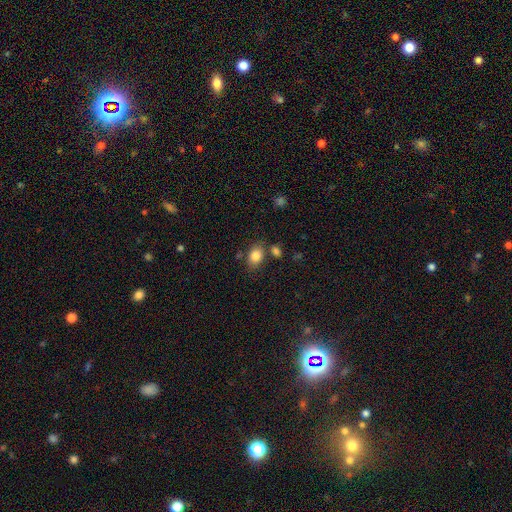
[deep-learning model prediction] Q: Smooth or featured?
A: smooth (83%); runner-up: star or artifact (9%)
Q: How rounded?
A: in between (71%); runner-up: round (28%)
Q: Merging?
A: none (73%); runner-up: minor disturbance (13%)